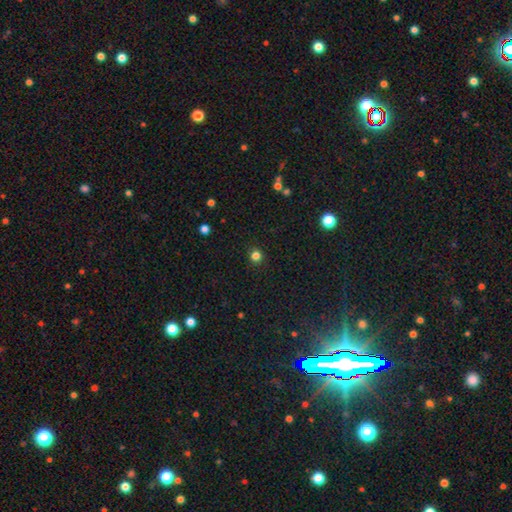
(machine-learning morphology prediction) Smooth or featured: smooth — 81% (star or artifact — 15%)
How rounded: round — 93% (in between — 6%)
Merging: none — 92% (minor disturbance — 5%)